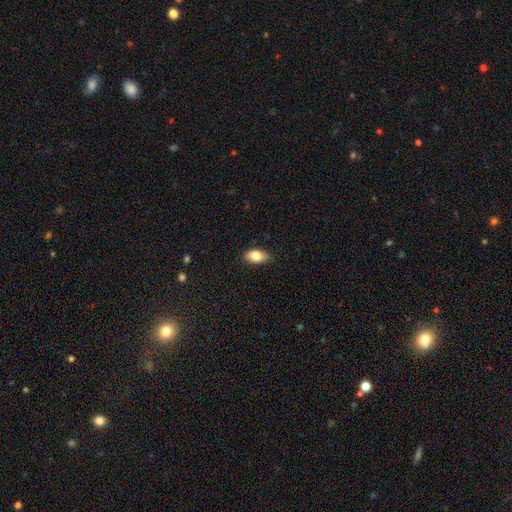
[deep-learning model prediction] Smooth or featured: smooth — 79% (featured or disk — 13%)
How rounded: in between — 88% (round — 7%)
Merging: none — 78% (minor disturbance — 18%)